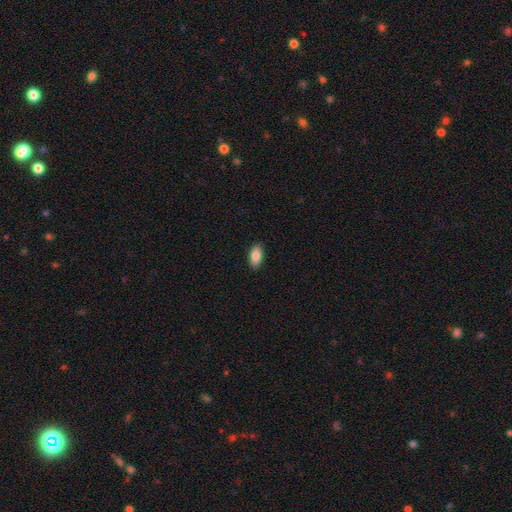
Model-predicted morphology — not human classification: Q: Smooth or featured?
A: smooth (86%); runner-up: featured or disk (8%)
Q: How rounded?
A: in between (92%); runner-up: cigar-shaped (5%)
Q: Merging?
A: none (90%); runner-up: minor disturbance (8%)